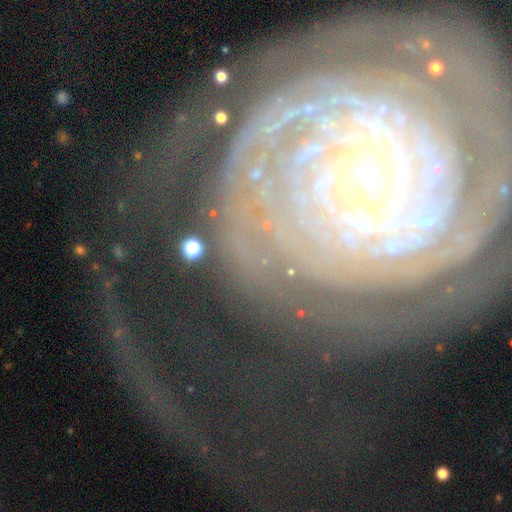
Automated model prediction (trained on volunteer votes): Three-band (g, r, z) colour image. It shows a featured or disk galaxy (88%) with no bar (71%), 2 (25%, tied with can't tell) tight (76%) spiral arms (96%) and a moderate central bulge (50%). Merging: none (61%).